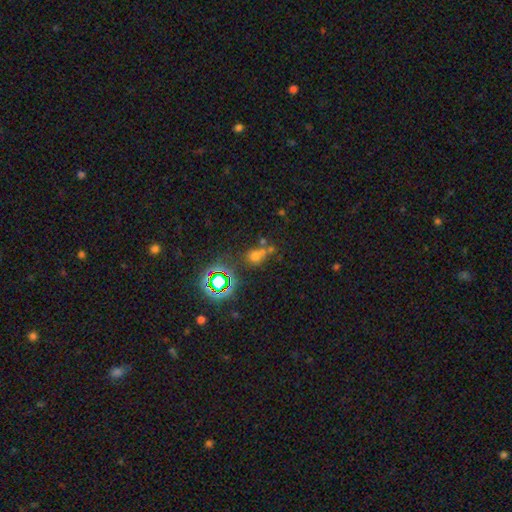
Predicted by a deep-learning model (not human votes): smooth 53%, star or artifact 34%, featured or disk 13%. Down the decision tree: how rounded — round (73%); merging — none (50%).